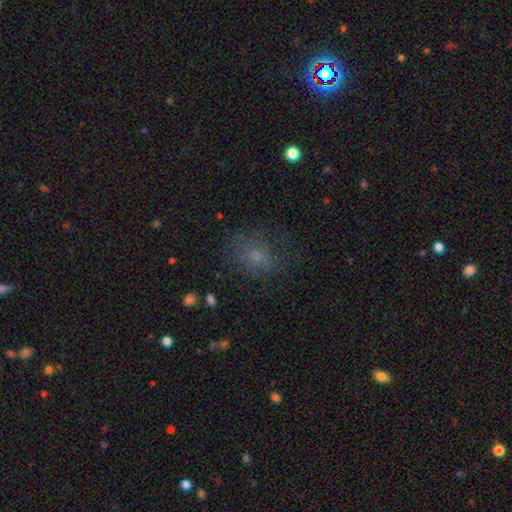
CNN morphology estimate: Smooth or featured? Predicted: smooth (p=0.65). How rounded? Predicted: in between (p=0.50). Merging? Predicted: none (p=0.61).